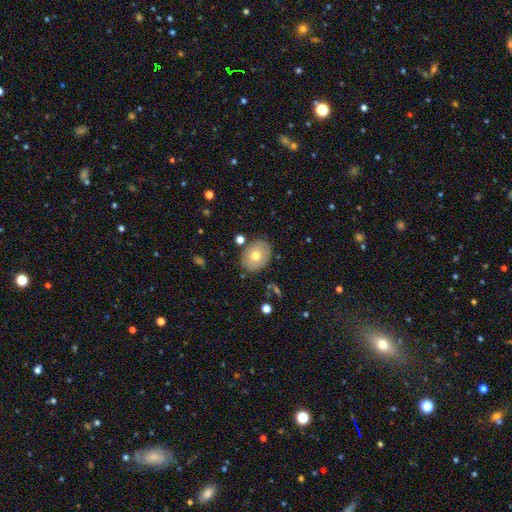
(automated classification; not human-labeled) A smooth galaxy with no disk features (68%) that is in between round and cigar-shaped (61%). Merging: none (83%).